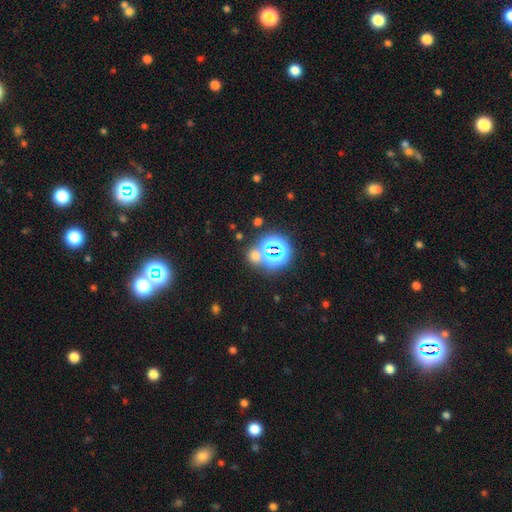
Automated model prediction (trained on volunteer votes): Smooth or featured? Predicted: star or artifact (p=0.50).